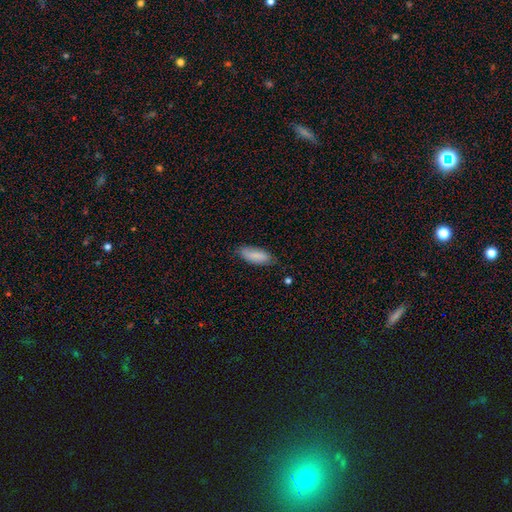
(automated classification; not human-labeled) Smooth or featured? smooth (85%)
How rounded? in between (76%)
Merging? none (75%)